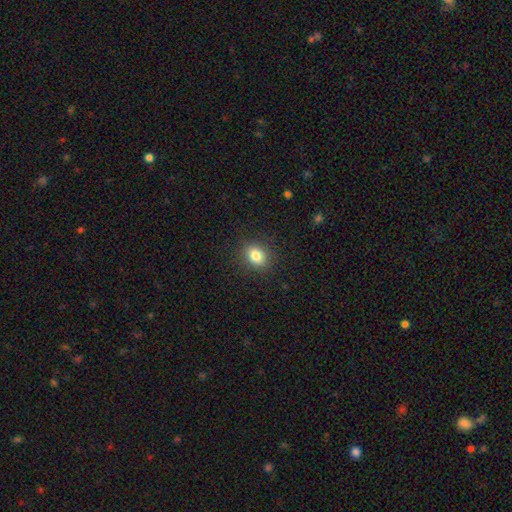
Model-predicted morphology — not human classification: This appears to be a smooth galaxy with no disk features (82%) that is in between round and cigar-shaped (53%). Merging: none (88%).